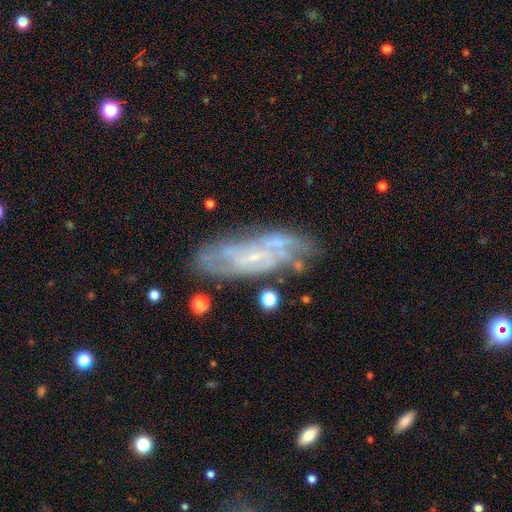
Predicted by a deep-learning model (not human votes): The model was most divided on "spiral winding": tight: 52%, medium: 36%, loose: 12%. Remaining: edge-on disk — no (87%); spiral arms — yes (86%); smooth or featured — featured or disk (78%); bulge size — small (75%); merging — none (69%); bar — no (54%); spiral arm count — can't tell (45%).